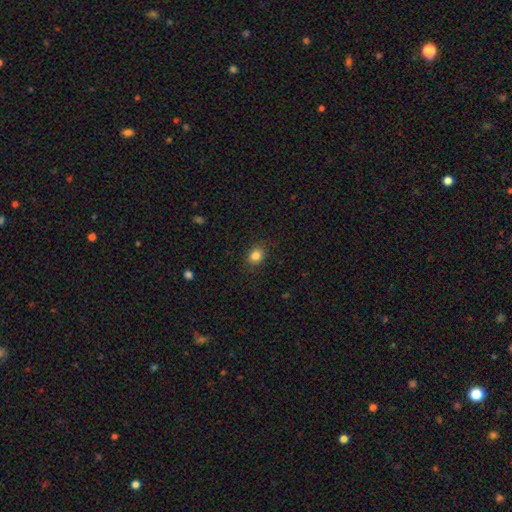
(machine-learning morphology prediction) Q: Smooth or featured?
A: smooth (84%); runner-up: star or artifact (11%)
Q: How rounded?
A: round (53%); runner-up: in between (46%)
Q: Merging?
A: none (87%); runner-up: minor disturbance (9%)